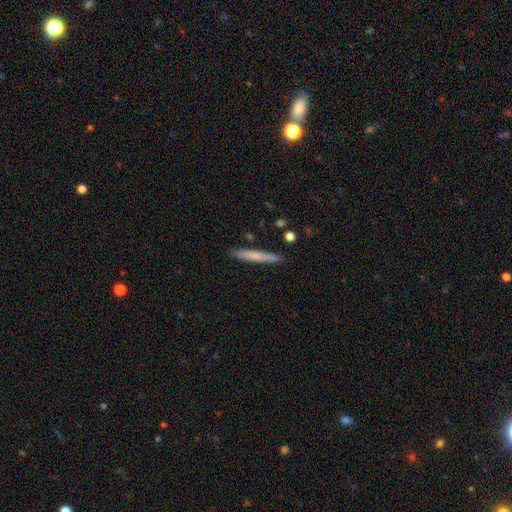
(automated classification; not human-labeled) Smooth or featured: smooth — 67% (featured or disk — 27%)
How rounded: cigar-shaped — 95% (in between — 3%)
Merging: none — 88% (minor disturbance — 9%)